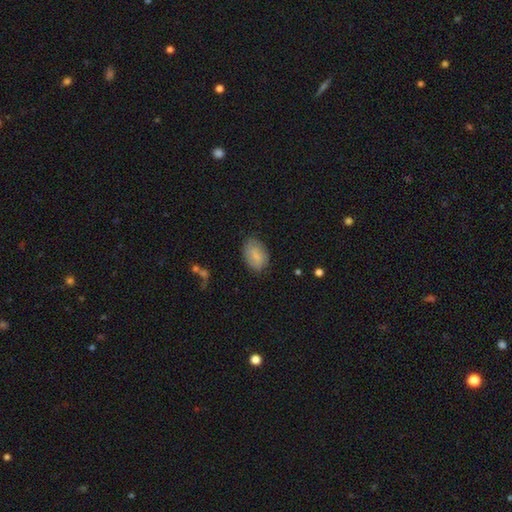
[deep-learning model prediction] A smooth galaxy with no disk features (79%) that is in between round and cigar-shaped (89%). Merging: none (77%).